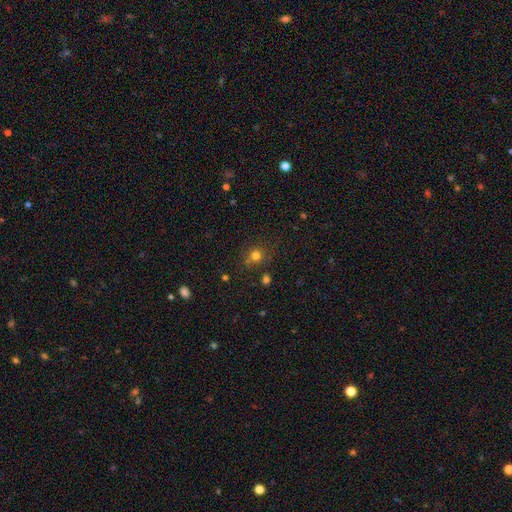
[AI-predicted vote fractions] This is likely a smooth galaxy (74%). How rounded: clearly round (86%). Merging: likely none (75%).